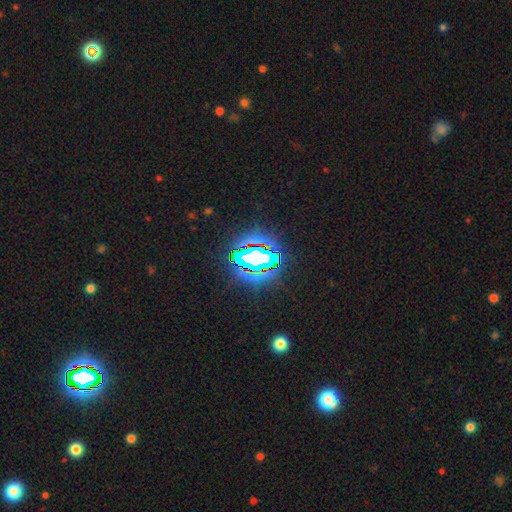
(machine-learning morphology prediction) Smooth or featured? Predicted: star or artifact (p=0.70).